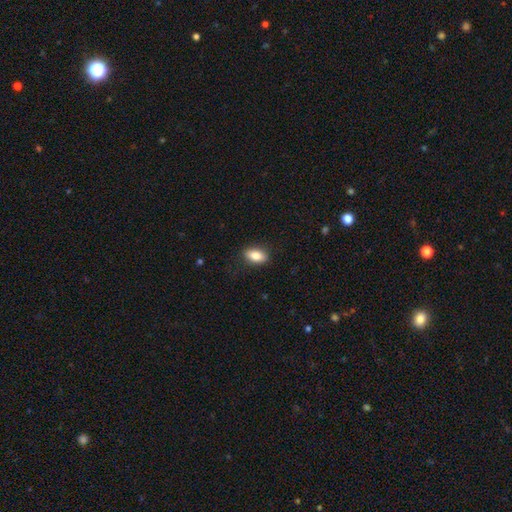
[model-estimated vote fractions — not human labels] smooth-or-featured: smooth: 82% | featured or disk: 11% | star or artifact: 7%
  how-rounded: in between: 87% | round: 7% | cigar-shaped: 6%
  merging: none: 86% | minor disturbance: 10% | major disturbance: 3% | merger: 1%